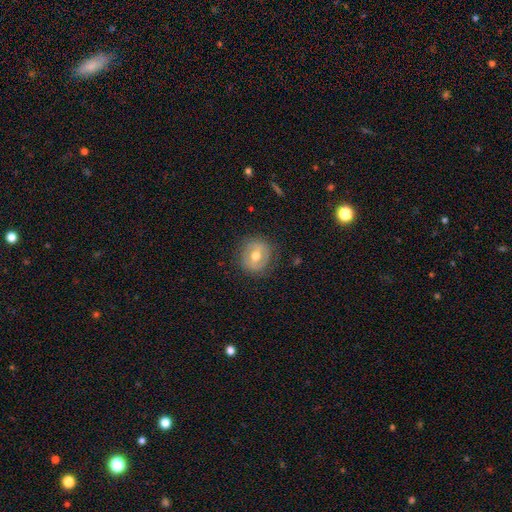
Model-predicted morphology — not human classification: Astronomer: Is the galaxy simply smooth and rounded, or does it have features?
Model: smooth — 47% (runner-up: featured or disk, 45%).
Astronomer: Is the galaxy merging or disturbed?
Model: none — 82%.